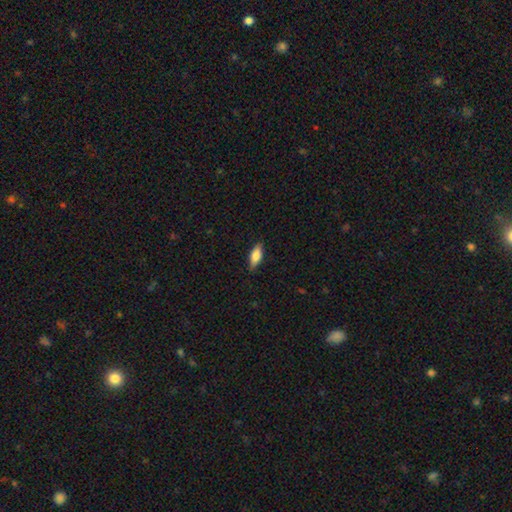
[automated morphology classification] This is likely a smooth galaxy (79%). How rounded: likely in between (76%). Merging: clearly none (85%).